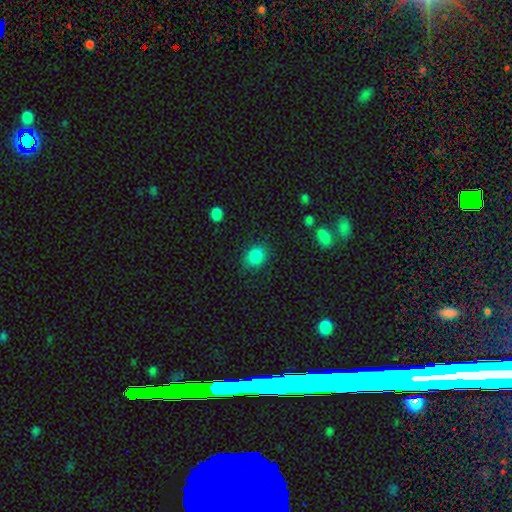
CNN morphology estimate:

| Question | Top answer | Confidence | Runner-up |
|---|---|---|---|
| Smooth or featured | smooth | 85% | star or artifact (11%) |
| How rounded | round | 52% | in between (47%) |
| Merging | none | 80% | minor disturbance (14%) |